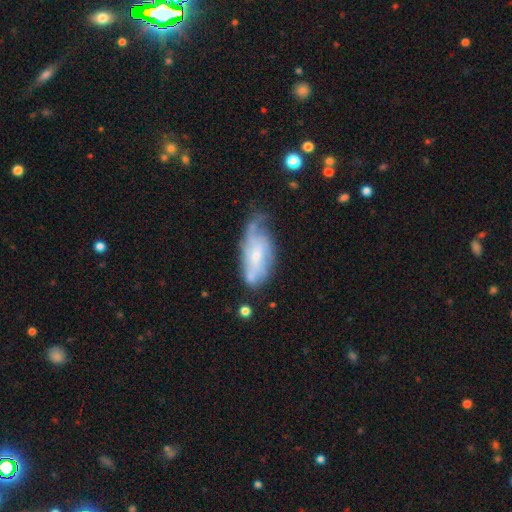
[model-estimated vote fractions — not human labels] Morphology: type=featured or disk (55%); edge-on=no (89%); merging=none (37%).